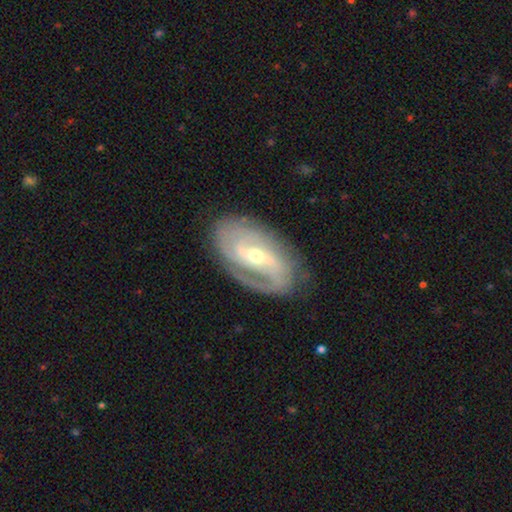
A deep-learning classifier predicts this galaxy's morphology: A featured or disk galaxy (86%) with a weak bar (41%), 2 (56%) tight (53%) spiral arms (94%) and a small central bulge (49%). Merging: none (77%).